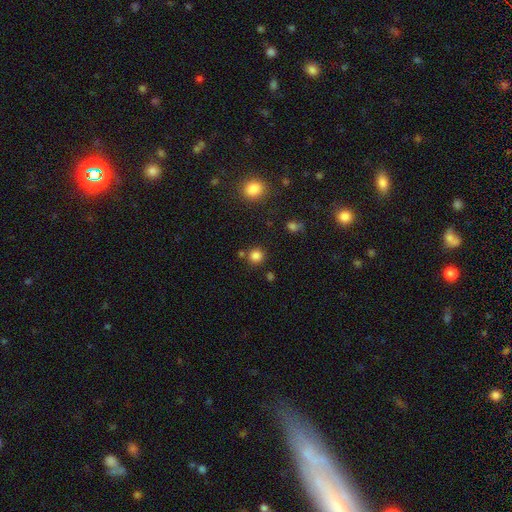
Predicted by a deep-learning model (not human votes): Overall: smooth (81%). How rounded: round (91%). Merging: none (81%).